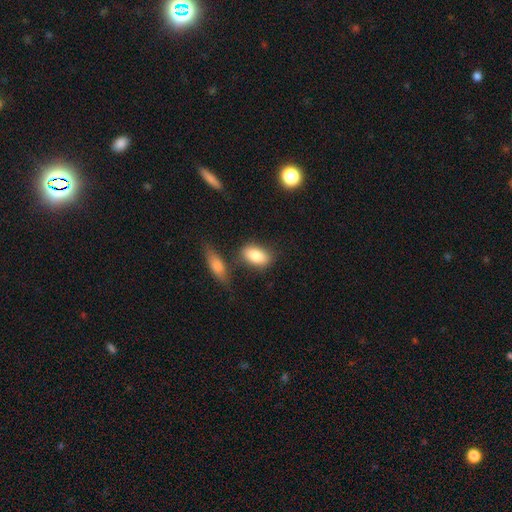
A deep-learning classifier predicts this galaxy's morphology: A smooth galaxy with no disk features (84%) that is in between round and cigar-shaped (89%). Merging: none (69%).